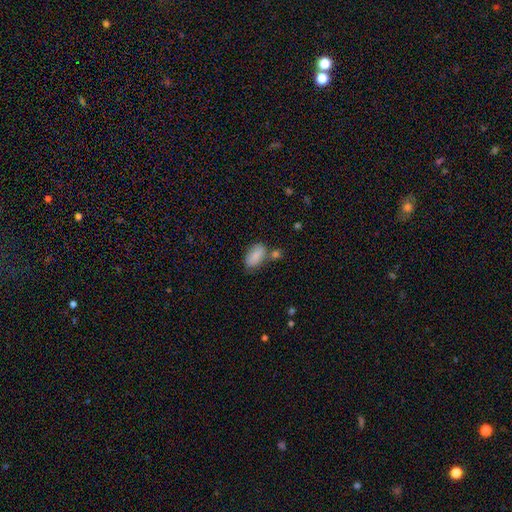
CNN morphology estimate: Smooth or featured? smooth (86%)
How rounded? in between (92%)
Merging? none (56%)